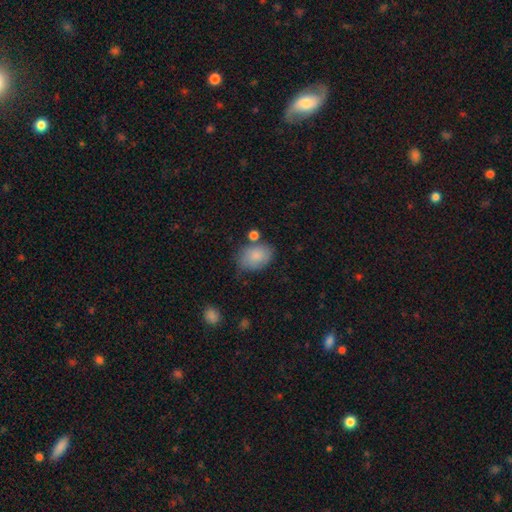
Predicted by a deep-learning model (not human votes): This is clearly a smooth galaxy (83%). How rounded: likely in between (78%). Merging: likely none (63%).